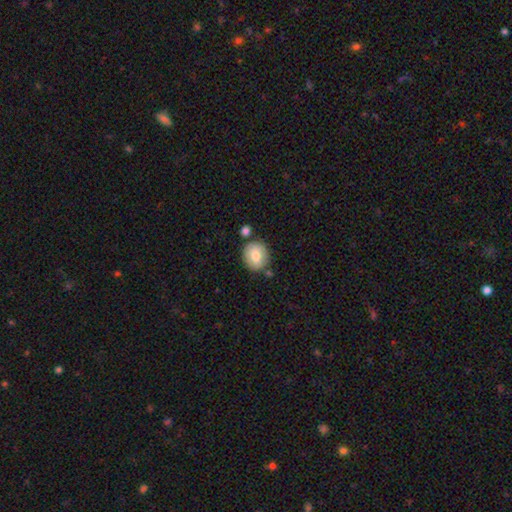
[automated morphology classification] Smooth or featured: smooth — 74% (featured or disk — 19%)
How rounded: round — 76% (in between — 23%)
Merging: none — 75% (minor disturbance — 13%)